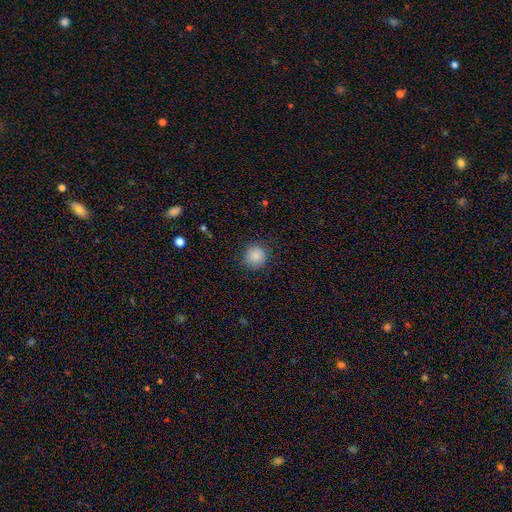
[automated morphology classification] smooth-or-featured: smooth: 87% | star or artifact: 9% | featured or disk: 4%
  how-rounded: round: 90% | in between: 9% | cigar-shaped: 1%
  merging: none: 87% | minor disturbance: 9% | major disturbance: 3% | merger: 1%